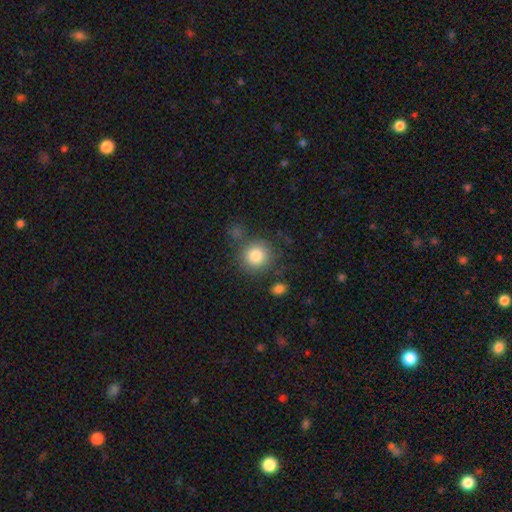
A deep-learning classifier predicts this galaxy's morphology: The model was most divided on "merging": none: 73%, minor disturbance: 13%, merger: 8%, major disturbance: 6%. More confident: how rounded — round (90%); smooth or featured — smooth (83%).